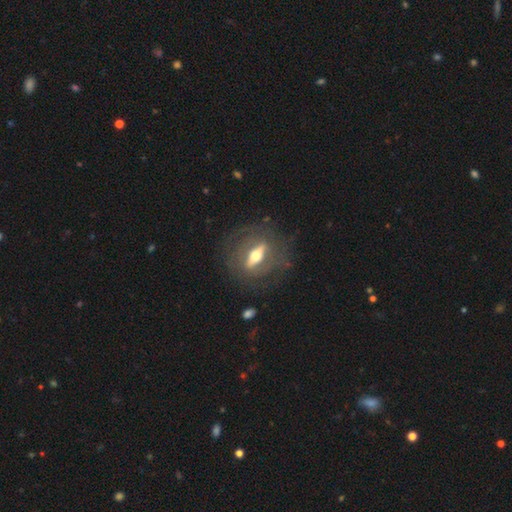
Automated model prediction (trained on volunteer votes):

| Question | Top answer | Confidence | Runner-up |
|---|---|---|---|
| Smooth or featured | featured or disk | 77% | smooth (17%) |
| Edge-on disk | yes | 56% | no (44%) |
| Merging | none | 76% | minor disturbance (12%) |